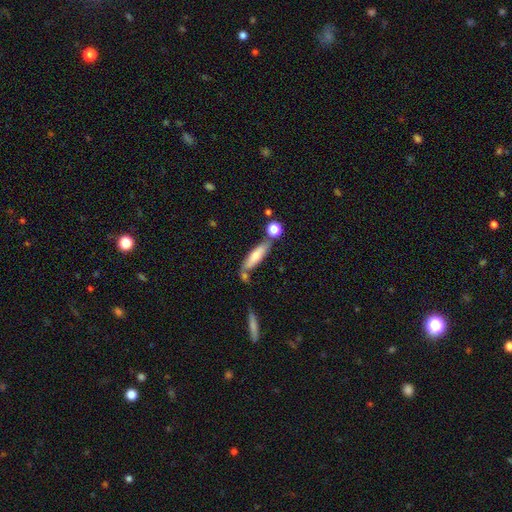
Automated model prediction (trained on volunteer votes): smooth_or_featured: smooth (p=0.63) [alt: featured or disk p=0.30]
how_rounded: cigar-shaped (p=0.69) [alt: in between p=0.29]
merging: none (p=0.63) [alt: minor disturbance p=0.17]